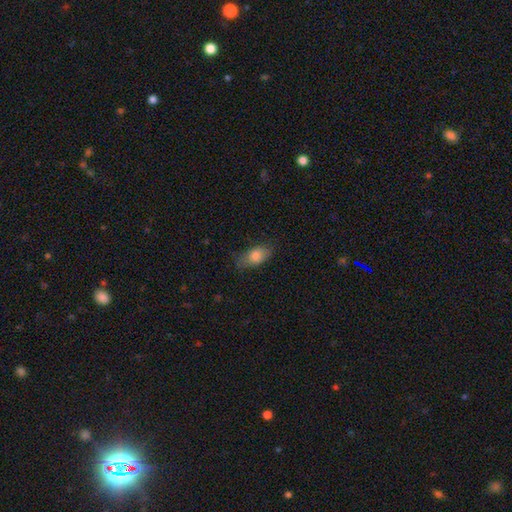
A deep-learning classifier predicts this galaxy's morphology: The model was most divided on "merging": none: 67%, minor disturbance: 24%, major disturbance: 8%, merger: 1%. More confident: how rounded — in between (86%); smooth or featured — smooth (81%).